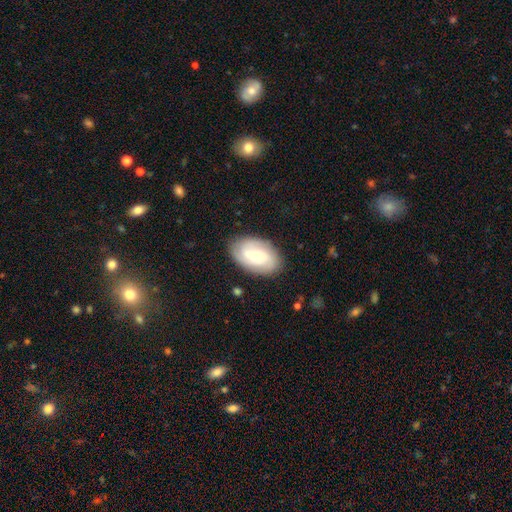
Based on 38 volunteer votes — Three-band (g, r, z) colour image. It shows a featured or disk galaxy (68%) with no bar (54%), 3 (59%) tight (47%) spiral arms (71%) and a moderate central bulge (79%). Merging: none (82%).